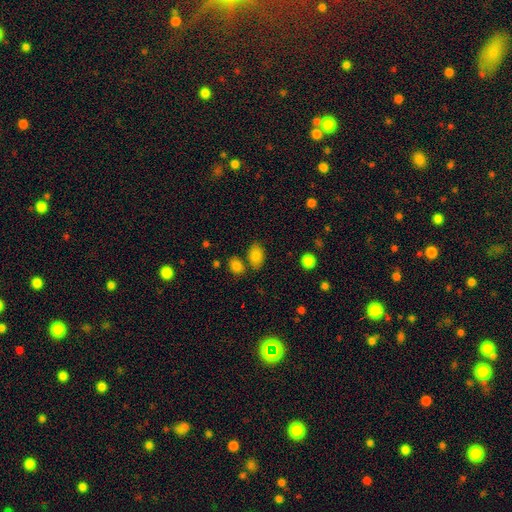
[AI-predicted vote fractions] The model was most divided on "merging": none: 69%, minor disturbance: 13%, merger: 13%, major disturbance: 4%. More confident: how rounded — in between (87%); smooth or featured — smooth (85%).